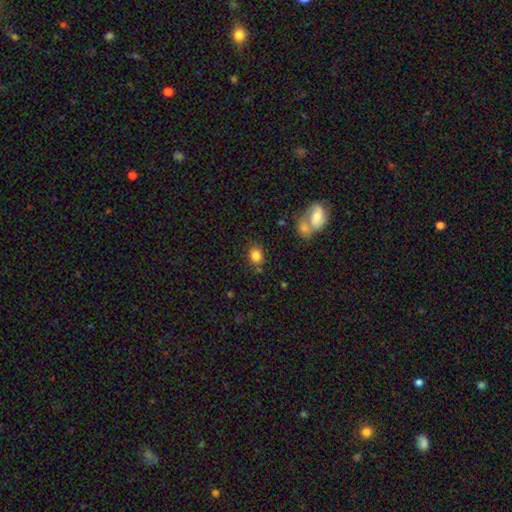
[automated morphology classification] Smooth or featured: smooth — 83% (star or artifact — 10%)
How rounded: in between — 51% (round — 48%)
Merging: none — 74% (minor disturbance — 14%)